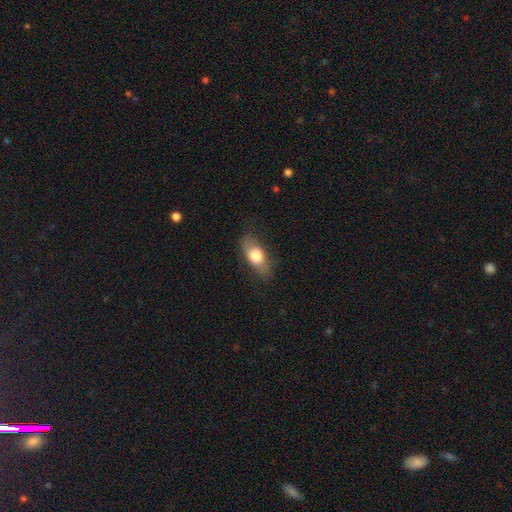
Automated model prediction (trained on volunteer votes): Smooth or featured?
  - smooth: 68% *
  - featured or disk: 26%
  - star or artifact: 6%
How rounded?
  - in between: 79% *
  - cigar-shaped: 13%
  - round: 8%
Merging?
  - none: 76% *
  - minor disturbance: 18%
  - major disturbance: 5%
  - merger: 1%